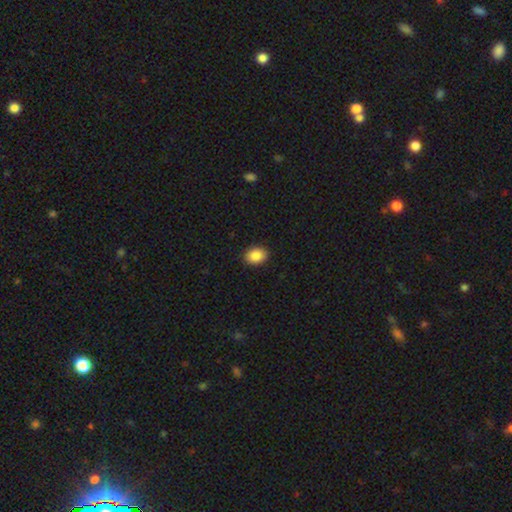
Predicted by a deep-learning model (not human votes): Q: Smooth or featured?
A: smooth (86%); runner-up: star or artifact (8%)
Q: How rounded?
A: in between (66%); runner-up: round (33%)
Q: Merging?
A: none (90%); runner-up: minor disturbance (7%)